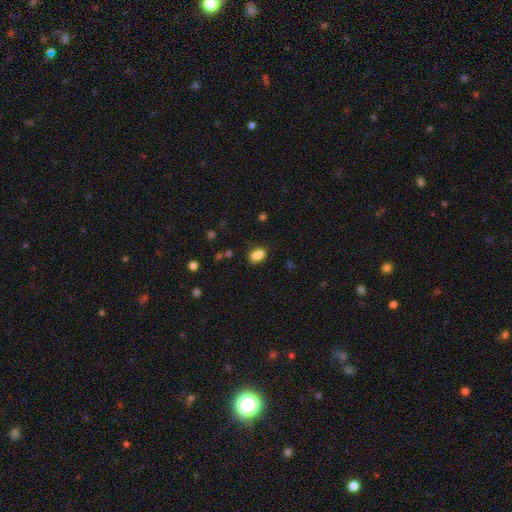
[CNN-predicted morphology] Smooth or featured? Predicted: smooth (p=0.80). How rounded? Predicted: in between (p=0.67). Merging? Predicted: none (p=0.48).